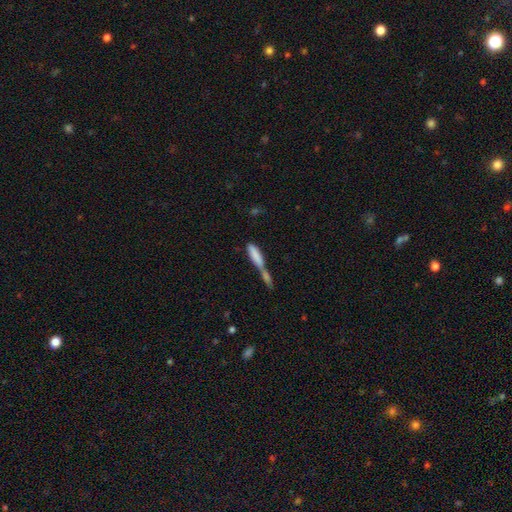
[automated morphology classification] Smooth or featured? Predicted: smooth (p=0.75). How rounded? Predicted: cigar-shaped (p=0.66). Merging? Predicted: merger (p=0.73).